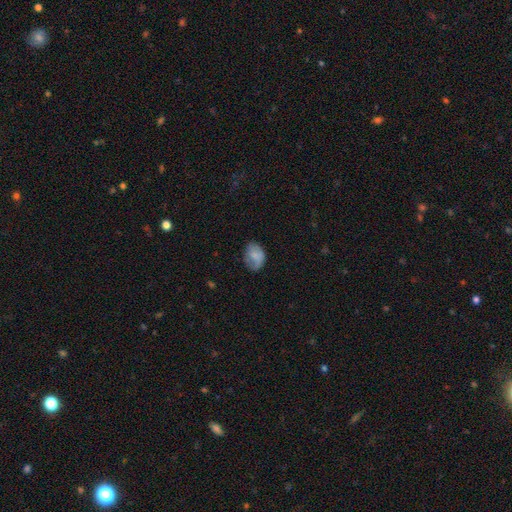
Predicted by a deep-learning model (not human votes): smooth-or-featured: smooth: 76% | featured or disk: 17% | star or artifact: 8%
  how-rounded: in between: 74% | round: 24% | cigar-shaped: 1%
  merging: none: 59% | minor disturbance: 29% | major disturbance: 11% | merger: 1%